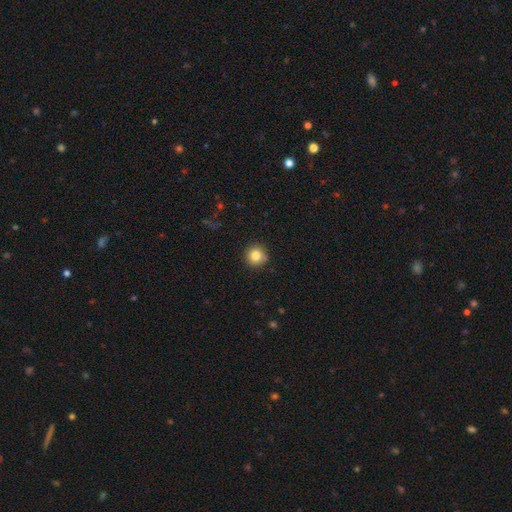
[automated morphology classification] Q: Smooth or featured?
A: smooth (82%); runner-up: star or artifact (11%)
Q: How rounded?
A: round (95%); runner-up: in between (5%)
Q: Merging?
A: none (87%); runner-up: minor disturbance (8%)